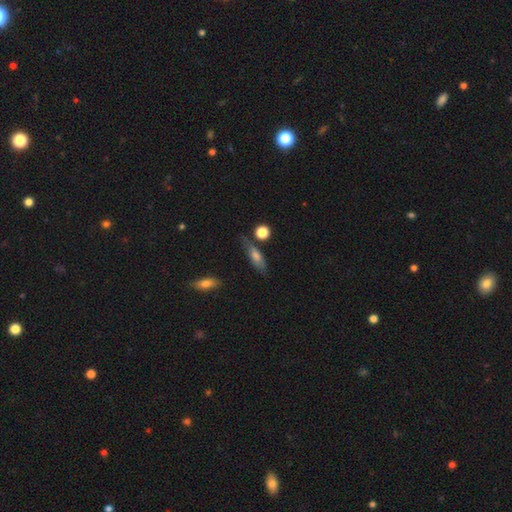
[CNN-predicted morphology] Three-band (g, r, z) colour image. It shows a smooth galaxy with no disk features (65%) that is in between round and cigar-shaped (51%). Merging: none (64%).